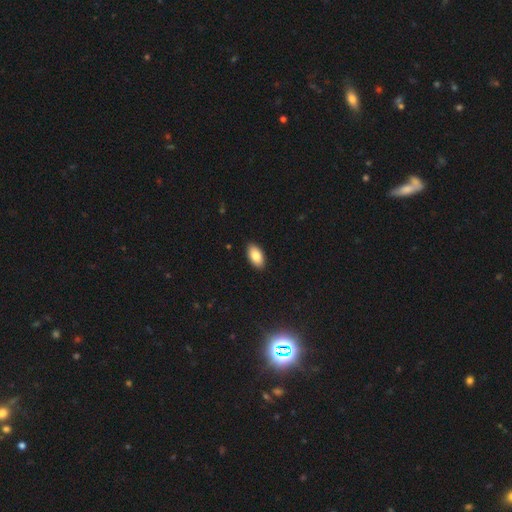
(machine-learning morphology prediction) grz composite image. It shows a smooth galaxy with no disk features (85%) that is in between round and cigar-shaped (94%). Merging: none (90%).